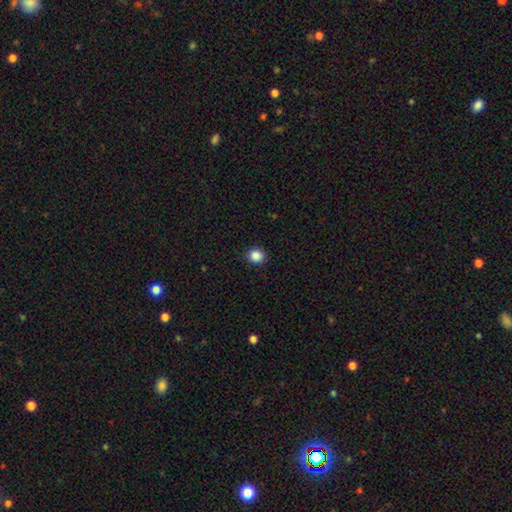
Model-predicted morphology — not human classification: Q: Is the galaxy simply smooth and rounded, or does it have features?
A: smooth — 87%.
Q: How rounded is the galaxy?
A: round — 81%.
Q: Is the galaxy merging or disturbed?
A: none — 91%.